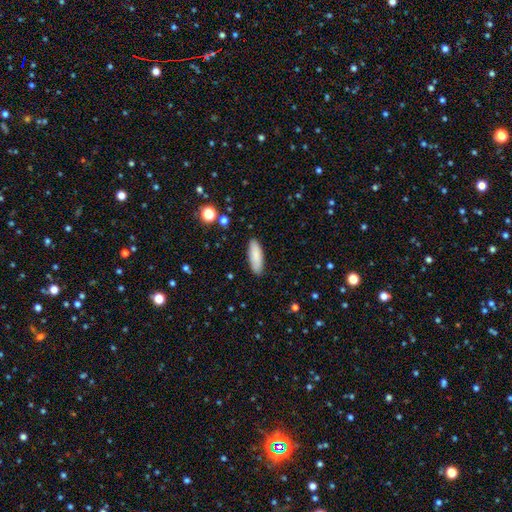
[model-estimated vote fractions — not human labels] Smooth or featured?
  - smooth: 87% *
  - featured or disk: 7%
  - star or artifact: 6%
How rounded?
  - in between: 62% *
  - cigar-shaped: 37%
  - round: 2%
Merging?
  - none: 89% *
  - minor disturbance: 9%
  - major disturbance: 2%
  - merger: 1%